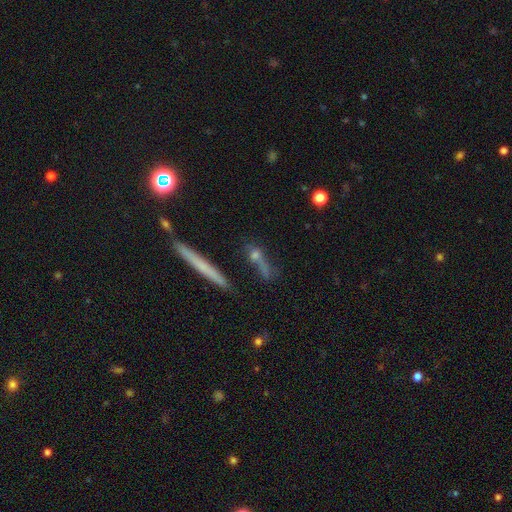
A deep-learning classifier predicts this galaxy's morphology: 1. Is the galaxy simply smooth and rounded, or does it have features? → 44% smooth, 43% featured or disk, 13% star or artifact.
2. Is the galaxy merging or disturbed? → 75% none, 13% minor disturbance, 7% merger, 5% major disturbance.